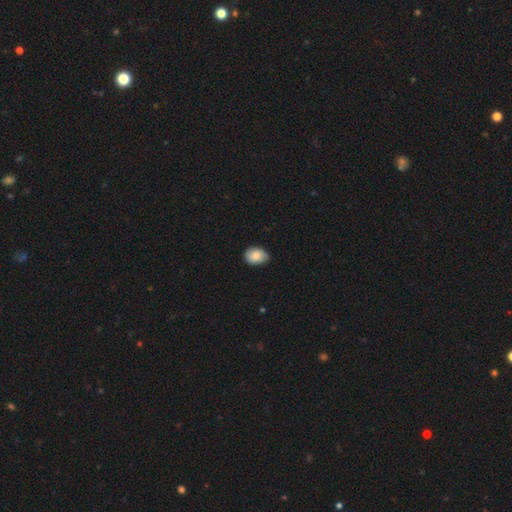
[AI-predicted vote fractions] This appears to be a smooth galaxy with no disk features (83%) that is in between round and cigar-shaped (71%). Merging: none (71%).